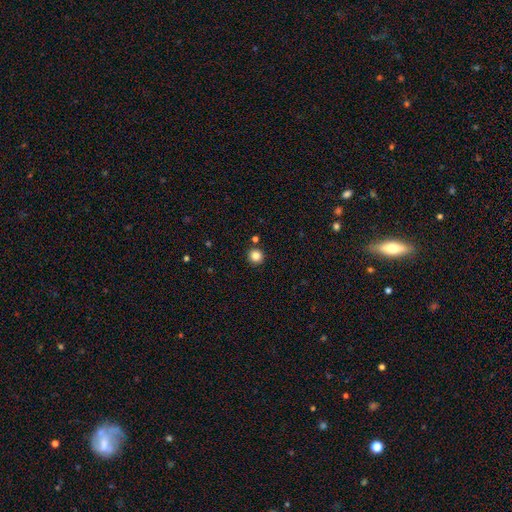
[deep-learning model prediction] The model was most divided on "smooth or featured": smooth: 84%, star or artifact: 11%, featured or disk: 4%. More confident: how rounded — round (95%); merging — none (89%).